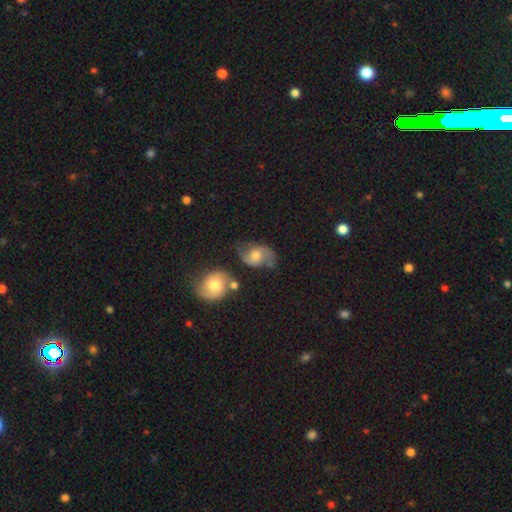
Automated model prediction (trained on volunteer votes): Smooth or featured? Predicted: featured or disk (p=0.67). Edge-on disk? Predicted: no (p=0.97). Bar? Predicted: no (p=0.63). Spiral arms? Predicted: yes (p=0.89). Spiral winding? Predicted: loose (p=0.48). Spiral arm count? Predicted: 2 (p=0.90). Bulge size? Predicted: moderate (p=0.69). Merging? Predicted: none (p=0.57).